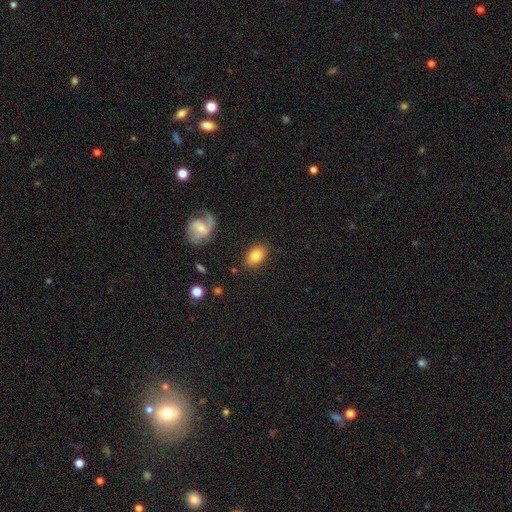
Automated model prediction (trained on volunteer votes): Smooth or featured? Predicted: smooth (p=0.81). How rounded? Predicted: in between (p=0.84). Merging? Predicted: none (p=0.83).